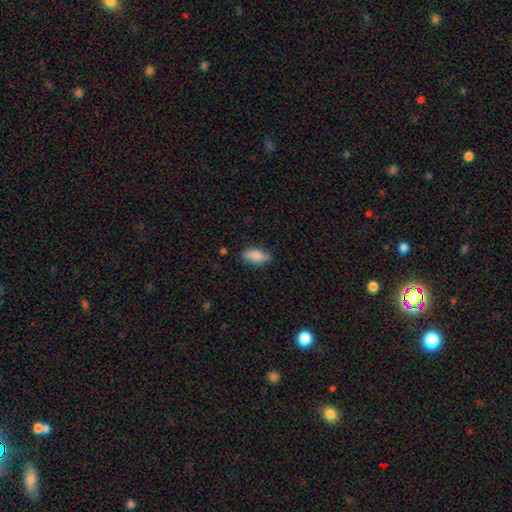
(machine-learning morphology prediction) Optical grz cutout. It shows a smooth galaxy with no disk features (81%) that is in between round and cigar-shaped (76%). Merging: none (79%).